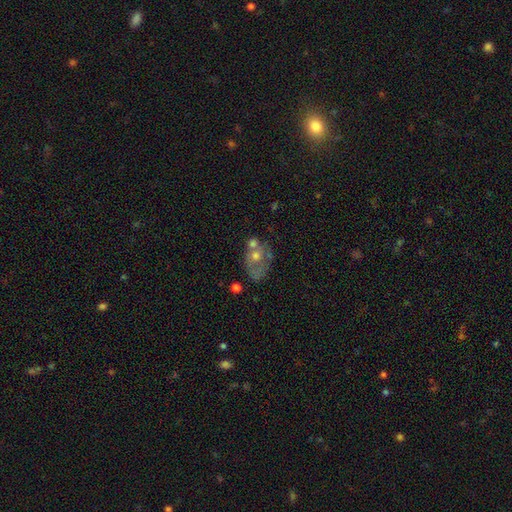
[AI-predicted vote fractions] The model was most divided on "merging": none: 33%, merger: 30%, minor disturbance: 20%, major disturbance: 16%. Remaining: smooth or featured — featured or disk (47%).